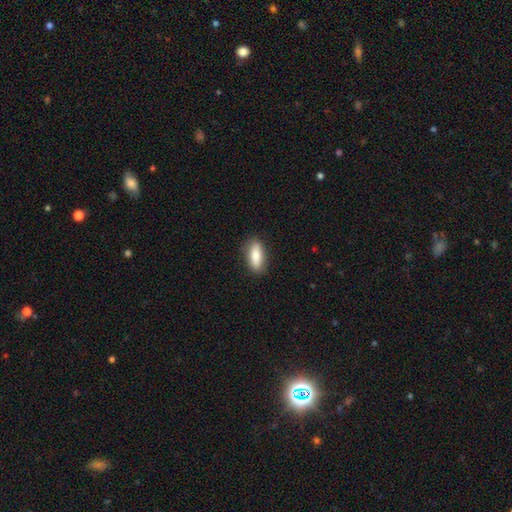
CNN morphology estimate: Smooth or featured? Predicted: smooth (p=0.79). How rounded? Predicted: in between (p=0.72). Merging? Predicted: none (p=0.85).